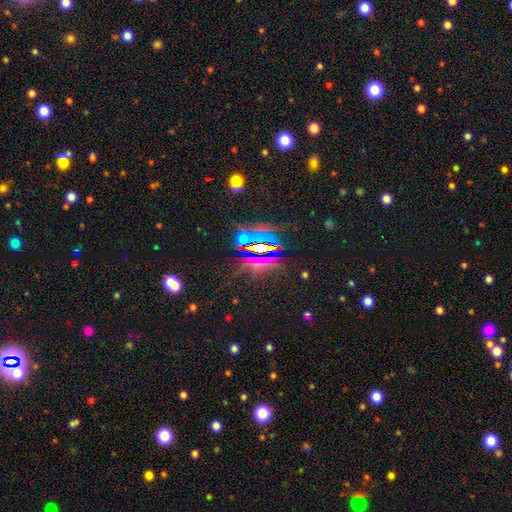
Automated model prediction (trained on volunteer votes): A star or artifact, not a galaxy (83%).

Vote fractions:
- Smooth or featured? star or artifact: 83% / smooth: 9% / featured or disk: 8%